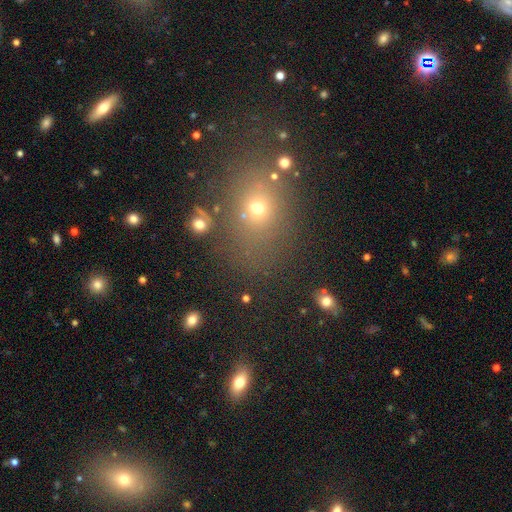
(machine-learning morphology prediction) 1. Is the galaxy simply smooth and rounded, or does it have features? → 57% smooth, 29% star or artifact, 14% featured or disk.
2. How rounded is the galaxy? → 53% in between, 45% round, 2% cigar-shaped.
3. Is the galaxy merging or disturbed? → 79% none, 11% minor disturbance, 5% major disturbance, 5% merger.